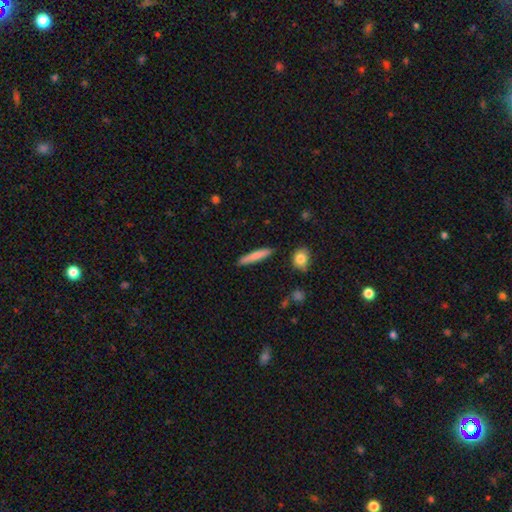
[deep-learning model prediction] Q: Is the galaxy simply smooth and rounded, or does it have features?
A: smooth — 78%.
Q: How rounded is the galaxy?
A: cigar-shaped — 91%.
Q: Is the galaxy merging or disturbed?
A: none — 87%.